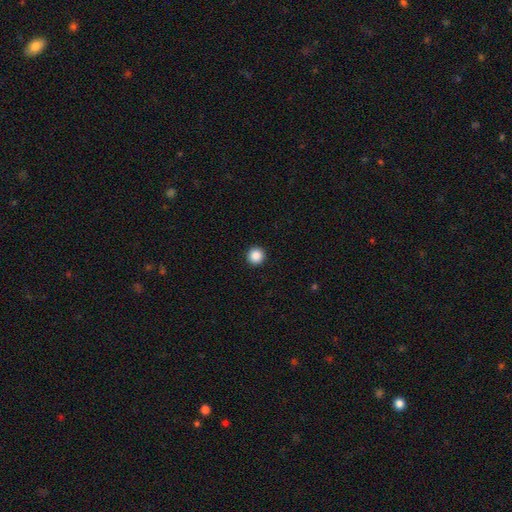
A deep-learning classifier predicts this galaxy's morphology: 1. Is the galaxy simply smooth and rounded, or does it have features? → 88% smooth, 10% star or artifact, 3% featured or disk.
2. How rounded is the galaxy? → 96% round, 3% in between, 1% cigar-shaped.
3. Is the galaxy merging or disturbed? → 93% none, 4% minor disturbance, 1% major disturbance, 1% merger.